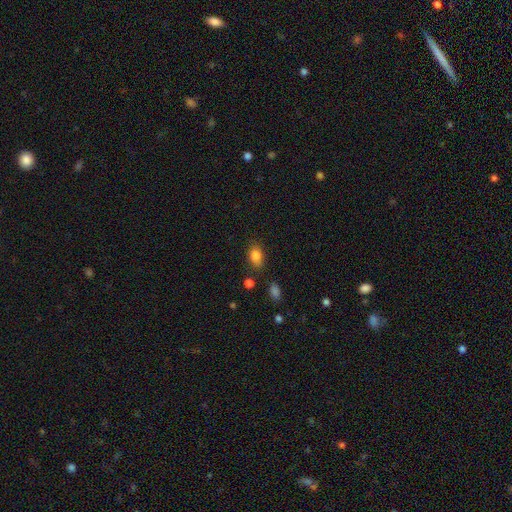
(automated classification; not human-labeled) Q: Smooth or featured?
A: smooth (84%); runner-up: star or artifact (10%)
Q: How rounded?
A: in between (77%); runner-up: round (21%)
Q: Merging?
A: none (71%); runner-up: minor disturbance (20%)